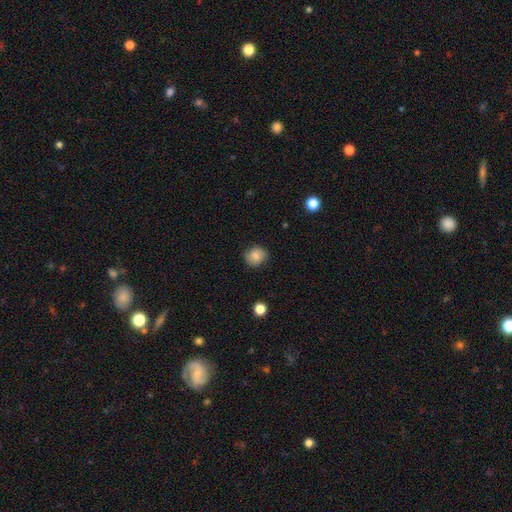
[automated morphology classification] This appears to be a smooth galaxy with no disk features (80%) that is round (77%). Merging: none (81%).